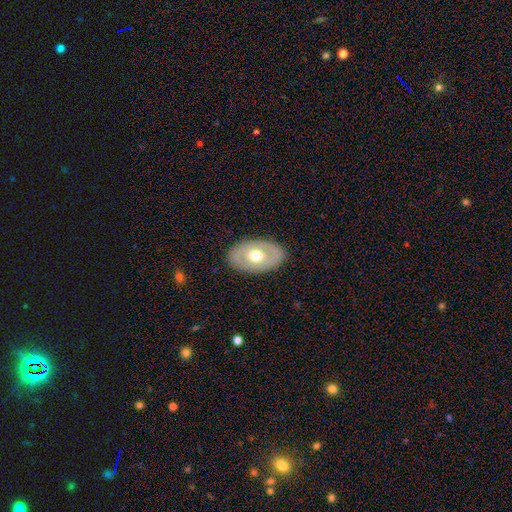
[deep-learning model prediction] Smooth or featured? Predicted: smooth (p=0.49). Merging? Predicted: none (p=0.85).